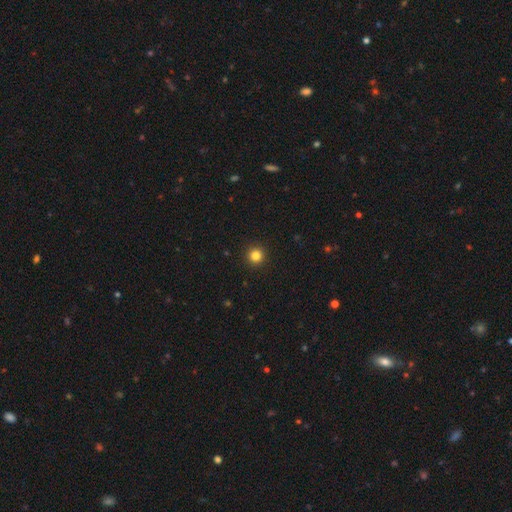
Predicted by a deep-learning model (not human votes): Smooth or featured: smooth — 83% (star or artifact — 13%)
How rounded: round — 96% (in between — 3%)
Merging: none — 93% (minor disturbance — 4%)